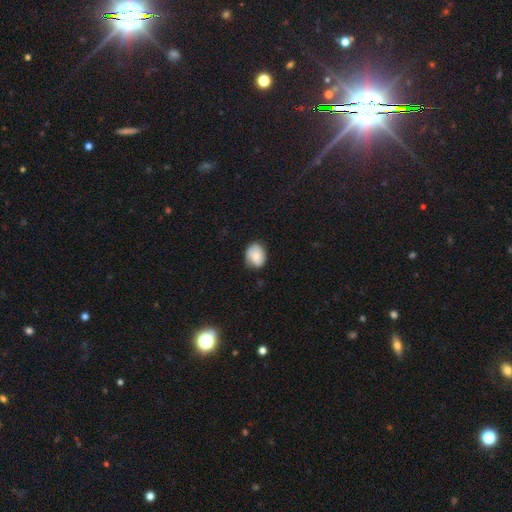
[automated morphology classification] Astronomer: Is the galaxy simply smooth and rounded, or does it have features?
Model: smooth — 75%.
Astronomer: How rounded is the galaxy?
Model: in between — 59% (runner-up: round, 40%).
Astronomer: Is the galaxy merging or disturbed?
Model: none — 70%.